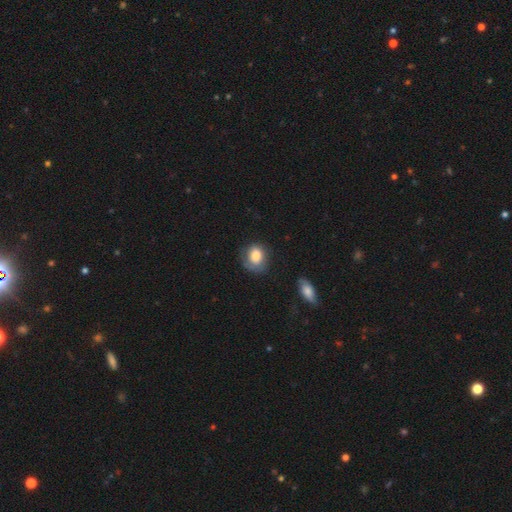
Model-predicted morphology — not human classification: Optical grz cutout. It shows a smooth galaxy with no disk features (73%) that is round (59%). Merging: none (61%).